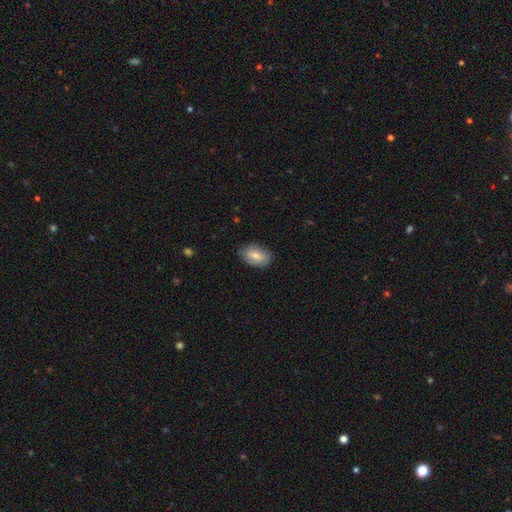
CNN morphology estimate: Q: Smooth or featured?
A: smooth (75%); runner-up: featured or disk (18%)
Q: How rounded?
A: in between (90%); runner-up: round (8%)
Q: Merging?
A: none (79%); runner-up: minor disturbance (17%)